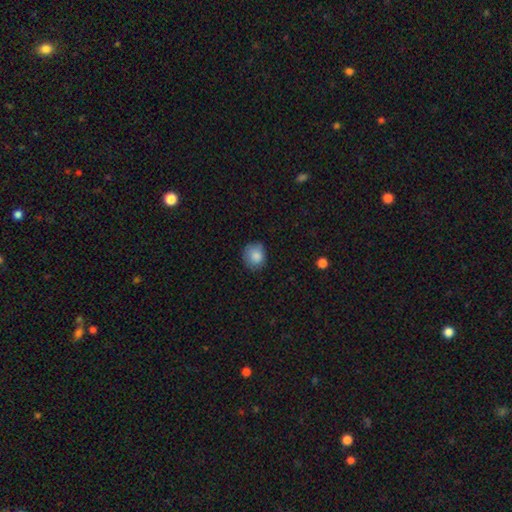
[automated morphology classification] Overall: smooth (85%). How rounded: round (76%). Merging: none (74%).